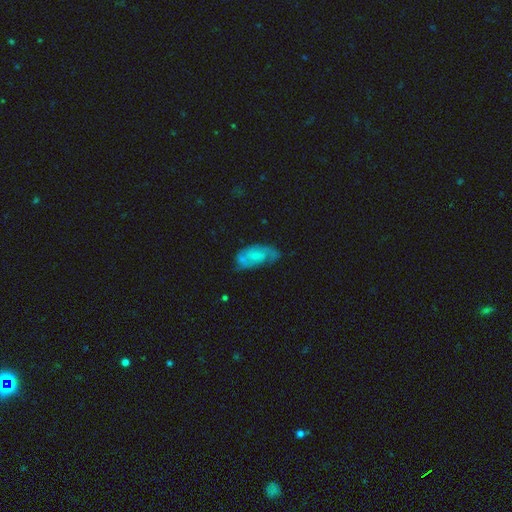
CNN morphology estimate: type=featured or disk (65%); edge-on=no (95%); bar=no (57%); spiral arms=yes (84%); winding=medium (45%); arm count=2 (65%); bulge=small (55%); merging=none (56%).